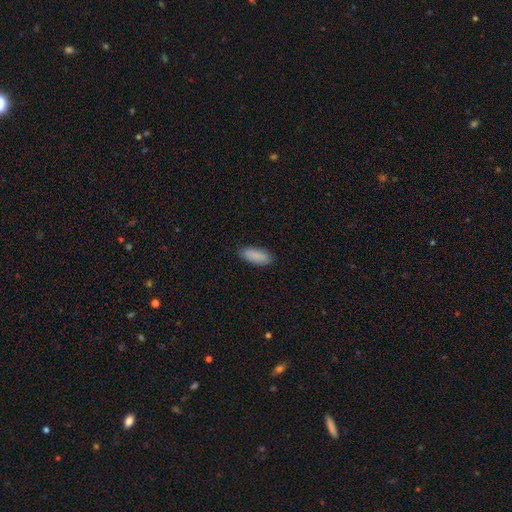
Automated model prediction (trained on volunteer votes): This appears to be a smooth galaxy with no disk features (88%) that is in between round and cigar-shaped (78%). Merging: none (87%).